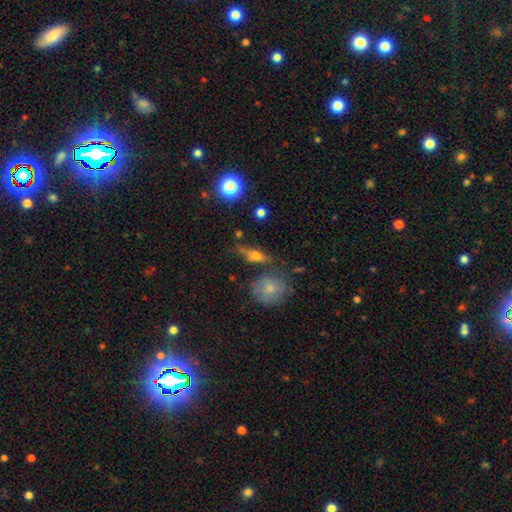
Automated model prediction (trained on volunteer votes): Smooth or featured?
  - smooth: 58% *
  - featured or disk: 29%
  - star or artifact: 13%
How rounded?
  - in between: 56% *
  - cigar-shaped: 29%
  - round: 15%
Merging?
  - none: 60% *
  - minor disturbance: 20%
  - merger: 11%
  - major disturbance: 9%